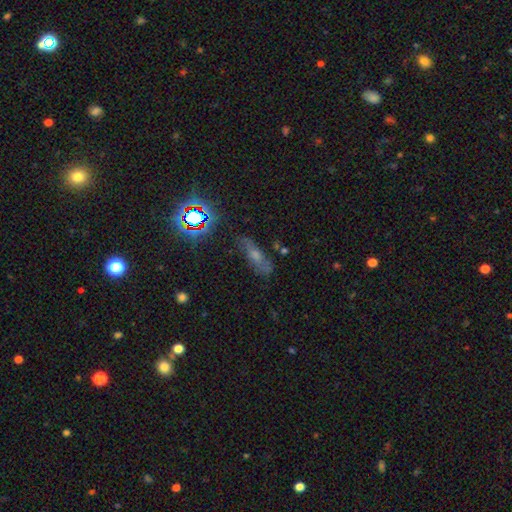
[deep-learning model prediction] Q: Smooth or featured?
A: smooth (39%); runner-up: featured or disk (35%)
Q: Merging?
A: none (67%); runner-up: minor disturbance (20%)